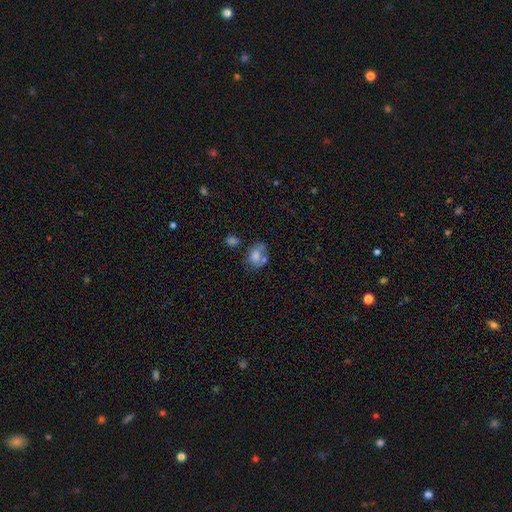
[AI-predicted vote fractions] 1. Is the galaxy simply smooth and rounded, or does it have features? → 65% smooth, 24% featured or disk, 11% star or artifact.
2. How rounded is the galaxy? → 64% in between, 35% round, 1% cigar-shaped.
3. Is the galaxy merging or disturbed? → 36% none, 28% merger, 22% minor disturbance, 14% major disturbance.